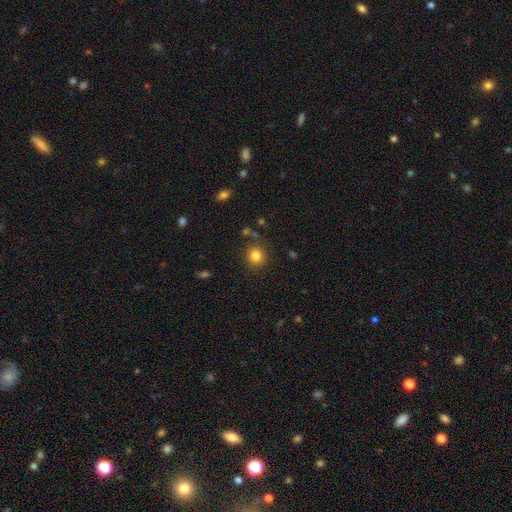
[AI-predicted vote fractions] Smooth or featured: smooth — 82% (star or artifact — 12%)
How rounded: round — 90% (in between — 9%)
Merging: none — 85% (minor disturbance — 8%)